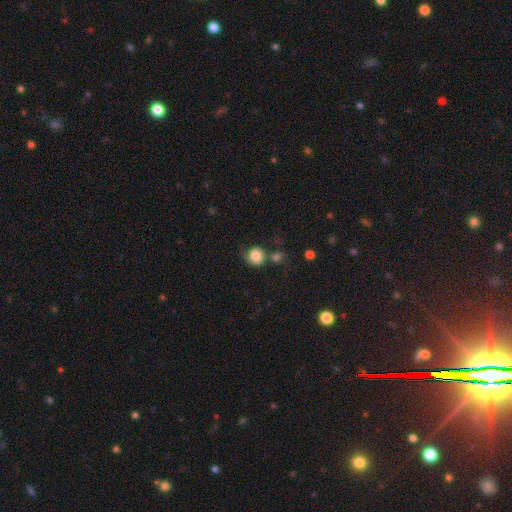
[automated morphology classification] Smooth or featured: smooth — 82% (featured or disk — 9%)
How rounded: round — 84% (in between — 15%)
Merging: none — 55% (minor disturbance — 20%)